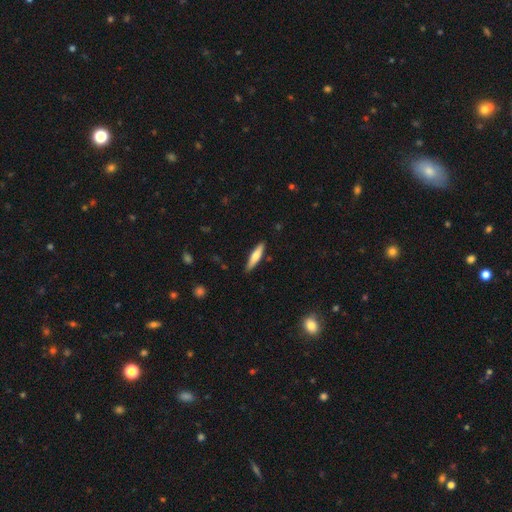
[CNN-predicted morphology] The model was most divided on "smooth or featured": smooth: 62%, featured or disk: 32%, star or artifact: 6%. More confident: merging — none (87%); how rounded — cigar-shaped (79%).